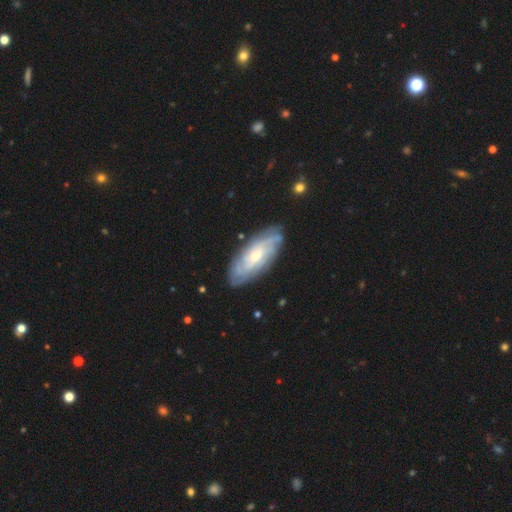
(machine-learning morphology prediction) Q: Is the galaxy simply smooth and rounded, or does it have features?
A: featured or disk — 74%.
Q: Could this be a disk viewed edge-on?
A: no — 87%.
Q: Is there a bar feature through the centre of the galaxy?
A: no — 61%.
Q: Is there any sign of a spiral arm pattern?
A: yes — 91%.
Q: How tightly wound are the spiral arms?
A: tight — 67%.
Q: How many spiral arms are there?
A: can't tell — 53%.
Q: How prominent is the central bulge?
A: moderate — 48%.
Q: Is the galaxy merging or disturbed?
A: none — 81%.